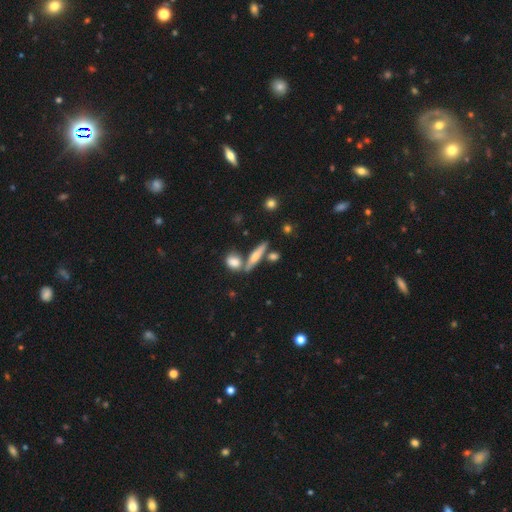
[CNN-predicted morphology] This is possibly a smooth galaxy (47%). Merging: likely none (68%).